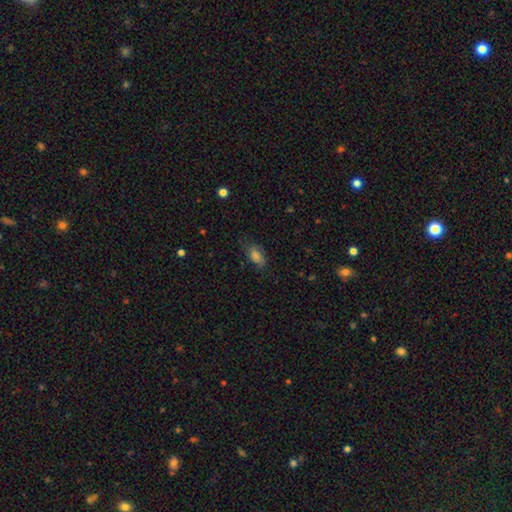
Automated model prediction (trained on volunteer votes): Smooth or featured: smooth — 74% (star or artifact — 14%)
How rounded: in between — 86% (cigar-shaped — 8%)
Merging: none — 70% (minor disturbance — 21%)